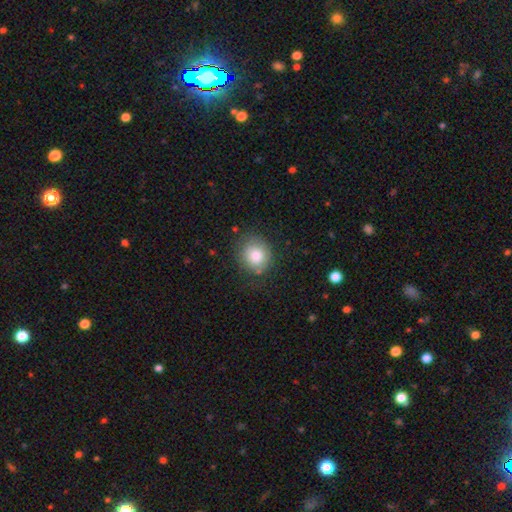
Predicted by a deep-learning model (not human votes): A smooth galaxy with no disk features (80%) that is round (77%). Merging: none (76%).